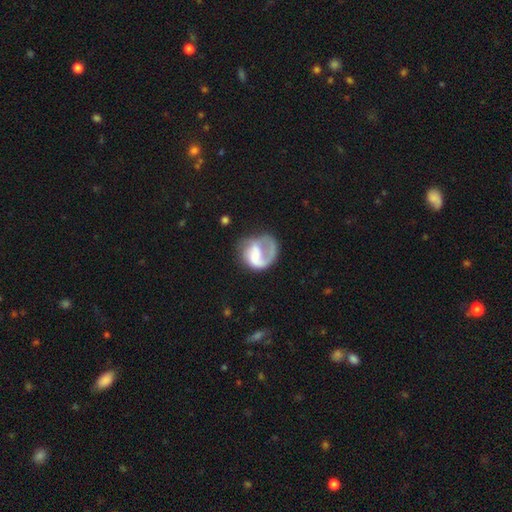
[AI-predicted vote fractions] smooth-or-featured: featured or disk: 65% | smooth: 29% | star or artifact: 7%
  disk-edge-on: no: 98% | yes: 2%
    bar: no: 52% | weak: 37% | strong: 12%
    has-spiral-arms: yes: 81% | no: 19%
      spiral-winding: loose: 40% | medium: 36% | tight: 24%
      spiral-arm-count: 1: 74% | 2: 15% | can't tell: 7% | 3: 2% | 4: 1% | more than 4: 1%
    bulge-size: none: 28% | moderate: 27% | small: 26% | large: 16% | dominant: 3%
  merging: major disturbance: 40% | none: 37% | minor disturbance: 18% | merger: 4%